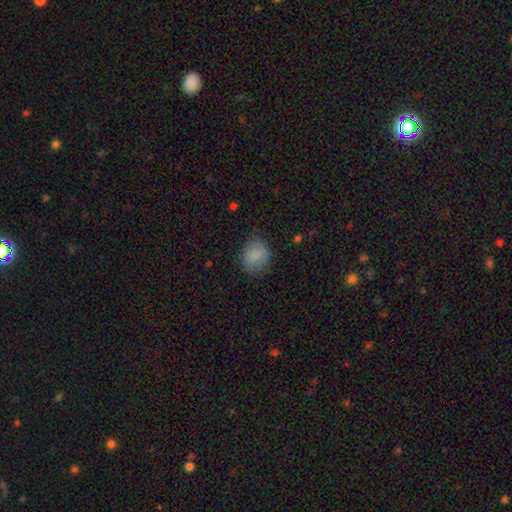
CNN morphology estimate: Smooth or featured? smooth (81%)
How rounded? round (53%)
Merging? none (73%)